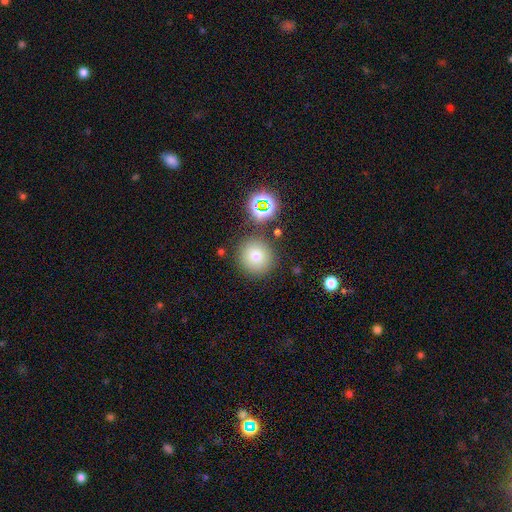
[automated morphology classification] smooth-or-featured: smooth: 74% | star or artifact: 16% | featured or disk: 9%
  how-rounded: round: 93% | in between: 6% | cigar-shaped: 1%
  merging: none: 82% | minor disturbance: 8% | merger: 6% | major disturbance: 3%